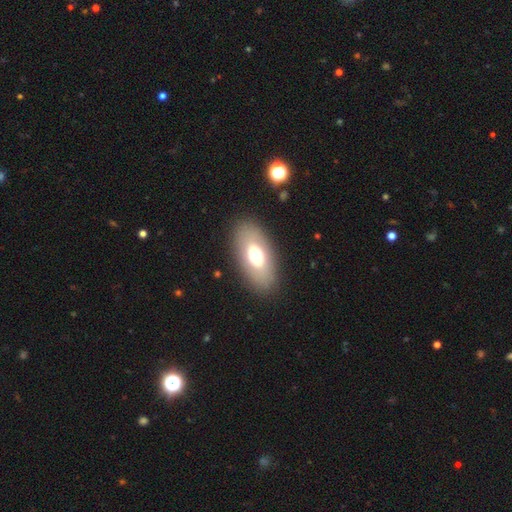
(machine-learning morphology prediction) This appears to be a smooth galaxy with no disk features (63%) that is in between round and cigar-shaped (90%). Merging: none (86%).